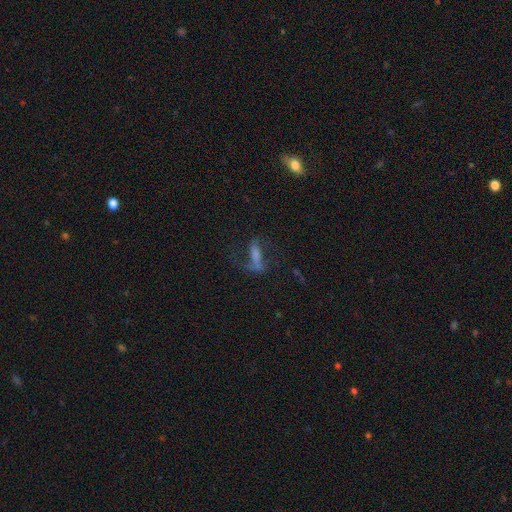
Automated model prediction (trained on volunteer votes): The model was most divided on "merging": none: 57%, major disturbance: 24%, minor disturbance: 16%, merger: 3%. More confident: edge-on disk — no (78%); smooth or featured — featured or disk (59%).